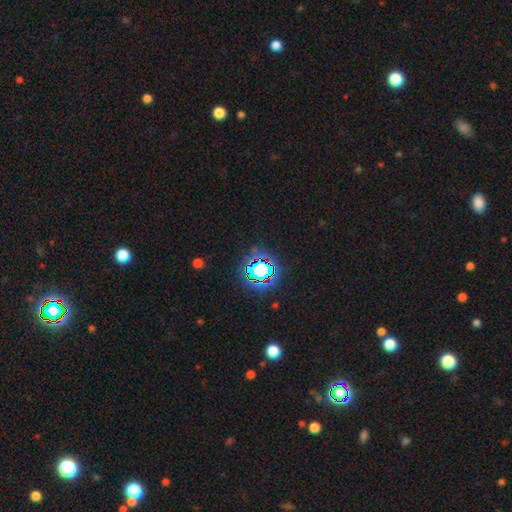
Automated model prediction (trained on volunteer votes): Smooth or featured? star or artifact (81%)